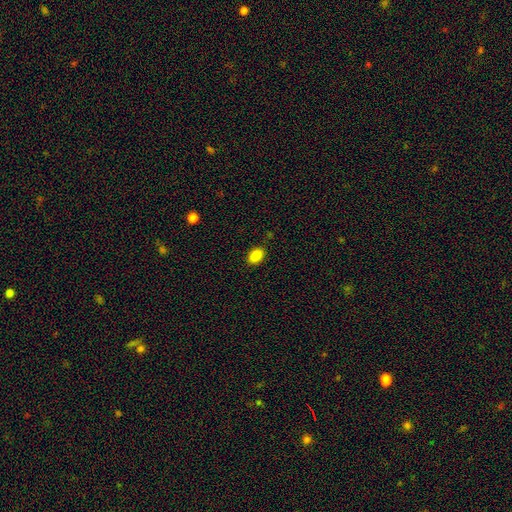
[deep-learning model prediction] A smooth galaxy with no disk features (87%) that is in between round and cigar-shaped (83%). Merging: none (88%).